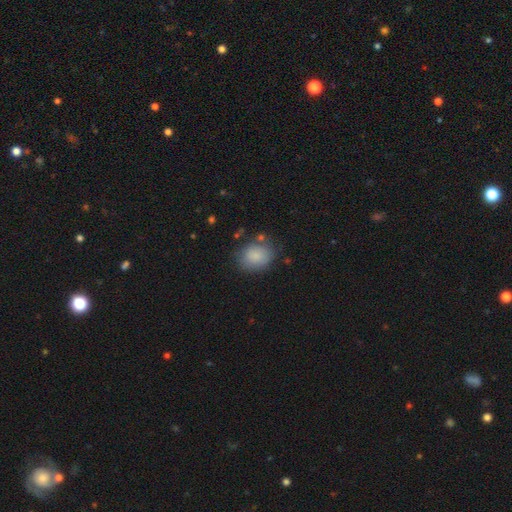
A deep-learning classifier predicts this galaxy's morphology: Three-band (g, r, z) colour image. It shows a smooth galaxy with no disk features (85%) that is in between round and cigar-shaped (52%). Merging: none (73%).